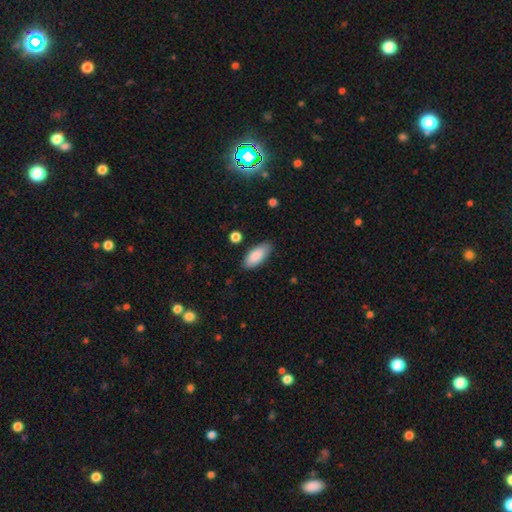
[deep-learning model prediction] Smooth or featured: smooth — 88% (featured or disk — 7%)
How rounded: in between — 87% (cigar-shaped — 11%)
Merging: none — 85% (minor disturbance — 11%)